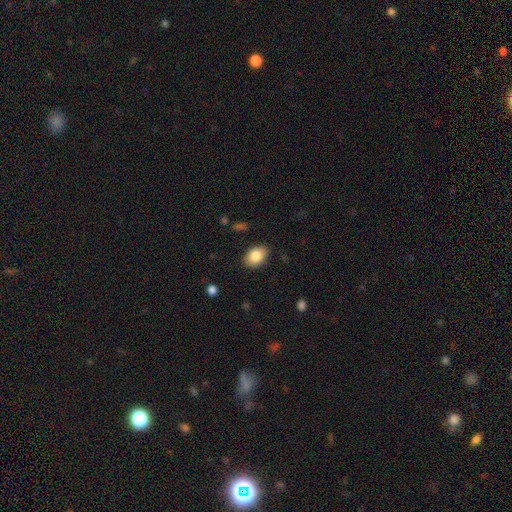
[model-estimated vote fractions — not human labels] Smooth or featured? Predicted: smooth (p=0.84). How rounded? Predicted: in between (p=0.84). Merging? Predicted: none (p=0.85).